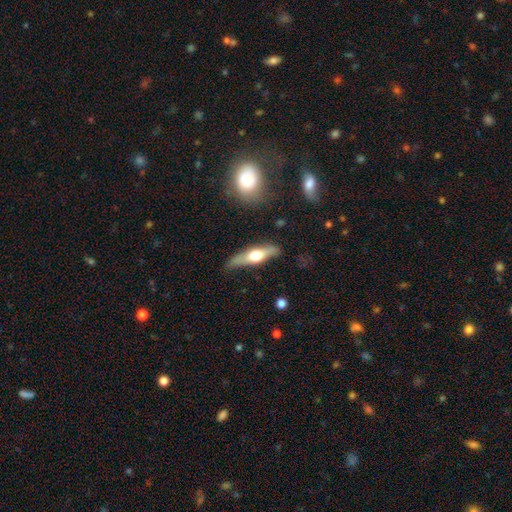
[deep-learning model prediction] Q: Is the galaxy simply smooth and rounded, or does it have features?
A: featured or disk — 56%.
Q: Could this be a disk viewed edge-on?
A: yes — 90%.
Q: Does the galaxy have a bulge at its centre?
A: rounded — 92%.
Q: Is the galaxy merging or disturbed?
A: none — 79%.